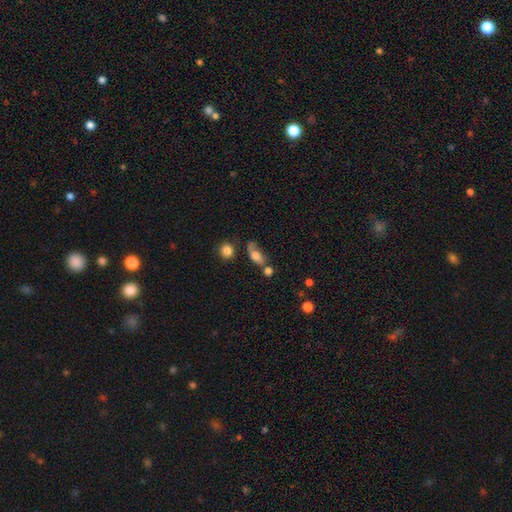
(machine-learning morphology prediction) smooth-or-featured: smooth: 63% | featured or disk: 27% | star or artifact: 10%
  how-rounded: in between: 73% | round: 14% | cigar-shaped: 12%
  merging: none: 39% | merger: 23% | minor disturbance: 22% | major disturbance: 16%